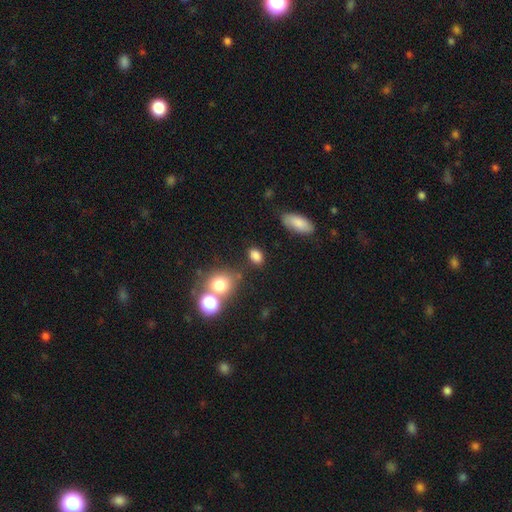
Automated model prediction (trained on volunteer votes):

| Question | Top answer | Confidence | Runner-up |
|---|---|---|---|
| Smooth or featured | smooth | 81% | star or artifact (13%) |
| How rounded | in between | 77% | round (21%) |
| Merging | none | 72% | minor disturbance (14%) |